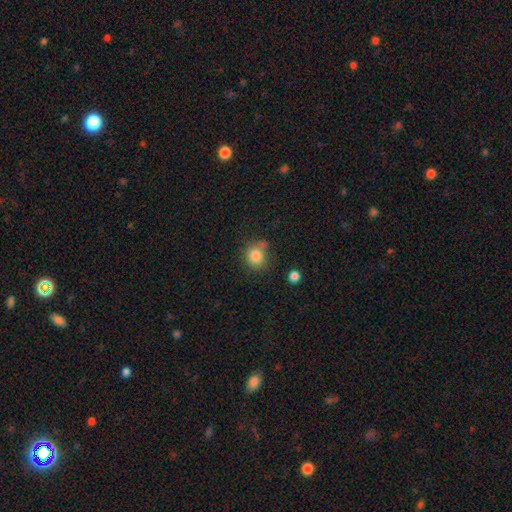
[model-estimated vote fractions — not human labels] Smooth or featured? smooth (84%)
How rounded? round (78%)
Merging? none (61%)